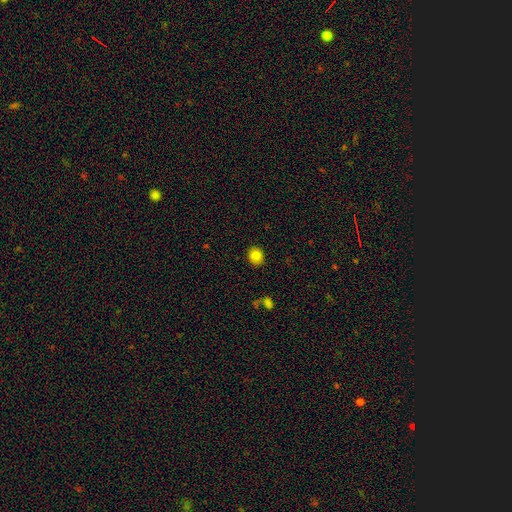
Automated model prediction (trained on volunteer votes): smooth 83%, star or artifact 10%, featured or disk 7%. Down the decision tree: how rounded — round (74%); merging — none (90%).